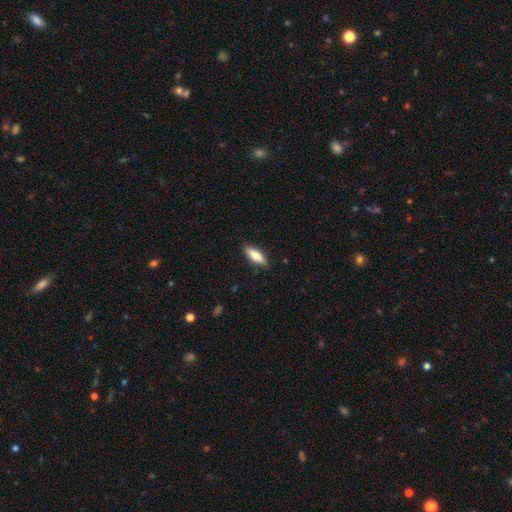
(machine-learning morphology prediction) Smooth or featured? Predicted: smooth (p=0.80). How rounded? Predicted: in between (p=0.61). Merging? Predicted: none (p=0.87).